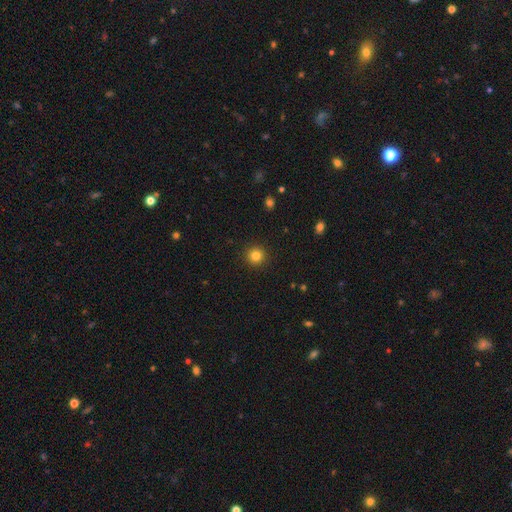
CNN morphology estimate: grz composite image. It shows a smooth galaxy with no disk features (82%) that is round (95%). Merging: none (92%).